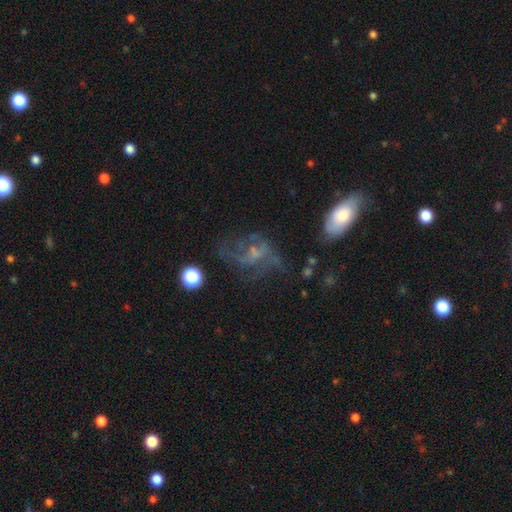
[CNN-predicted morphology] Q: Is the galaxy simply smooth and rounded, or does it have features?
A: featured or disk — 62%.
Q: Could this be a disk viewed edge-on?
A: no — 96%.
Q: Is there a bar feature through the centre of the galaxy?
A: no — 54%.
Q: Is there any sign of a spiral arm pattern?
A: yes — 77%.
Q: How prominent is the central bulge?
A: small — 50%.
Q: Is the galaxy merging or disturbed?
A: none — 54%.